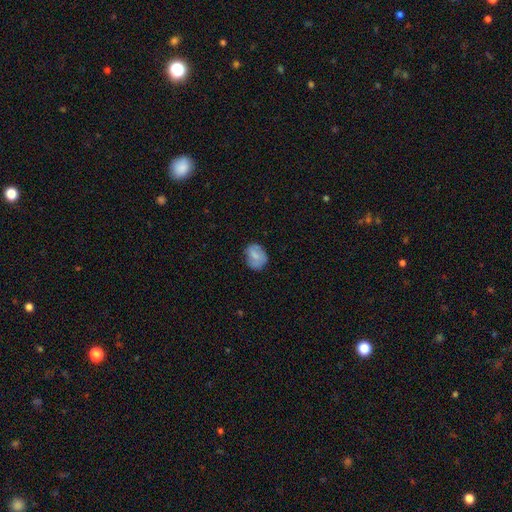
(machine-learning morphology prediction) A smooth galaxy with no disk features (72%) that is in between round and cigar-shaped (54%).

Vote fractions:
- Smooth or featured? smooth: 72% / featured or disk: 20% / star or artifact: 8%
- How rounded? in between: 54% / round: 45% / cigar-shaped: 1%
- Merging? none: 66% / minor disturbance: 24% / major disturbance: 8% / merger: 2%